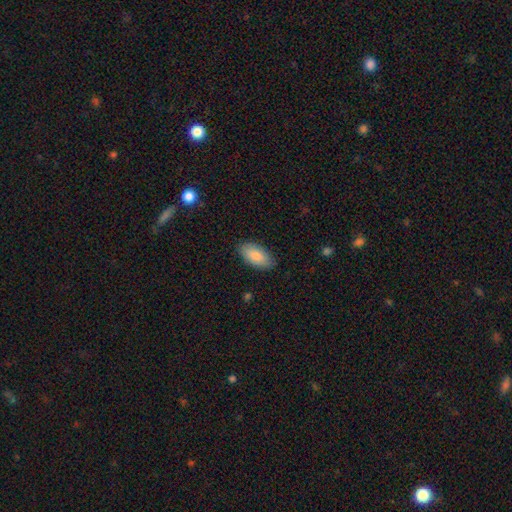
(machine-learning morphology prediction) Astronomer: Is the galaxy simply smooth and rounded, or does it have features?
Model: smooth — 85%.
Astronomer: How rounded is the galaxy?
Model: in between — 93%.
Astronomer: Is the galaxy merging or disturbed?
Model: none — 86%.